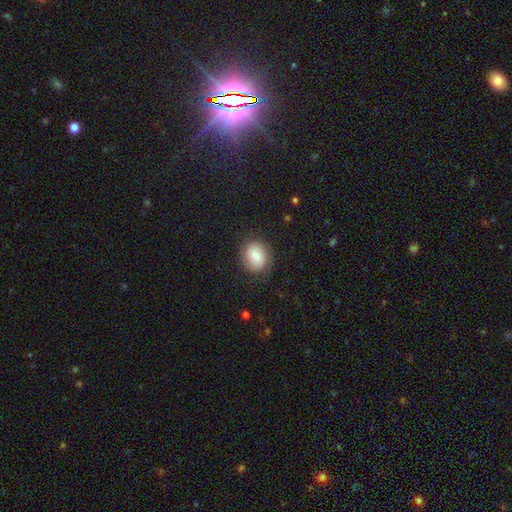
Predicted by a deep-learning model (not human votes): Smooth or featured? smooth (73%)
How rounded? round (59%)
Merging? none (81%)